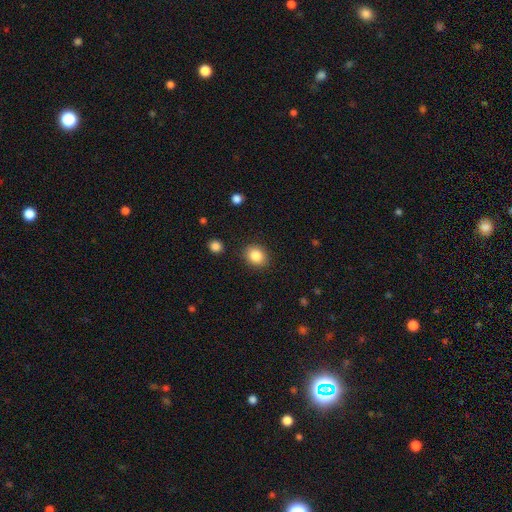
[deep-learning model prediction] smooth-or-featured: smooth: 86% | star or artifact: 9% | featured or disk: 5%
  how-rounded: round: 61% | in between: 38% | cigar-shaped: 1%
  merging: none: 87% | minor disturbance: 9% | major disturbance: 3% | merger: 2%